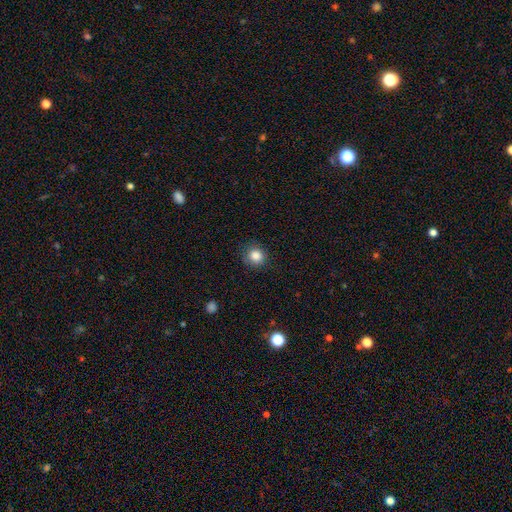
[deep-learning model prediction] Morphology: type=smooth (85%); roundness=round (86%); merging=none (83%).